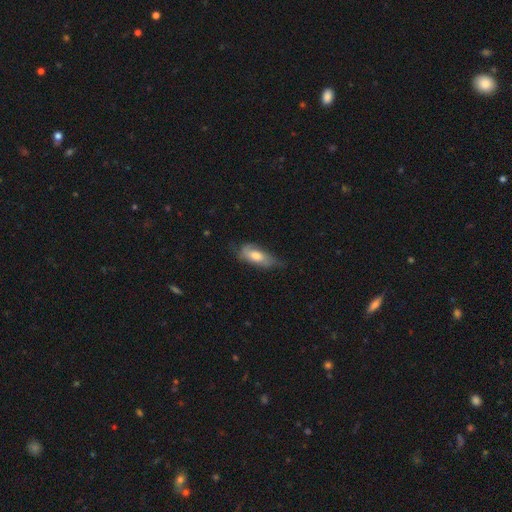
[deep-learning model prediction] This appears to be a smooth galaxy with no disk features (58%) that is in between round and cigar-shaped (75%). Merging: none (49%).